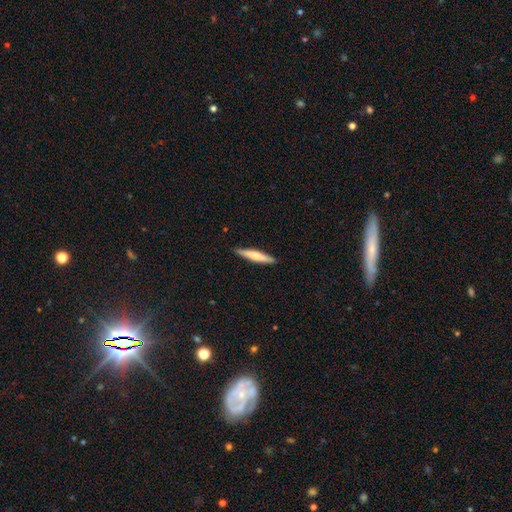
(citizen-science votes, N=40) smooth-or-featured: smooth: 57% | featured or disk: 40% | star or artifact: 2%
  how-rounded: cigar-shaped: 96% | in between: 4% | round: 0%
  merging: none: 87% | minor disturbance: 10% | major disturbance: 3% | merger: 0%